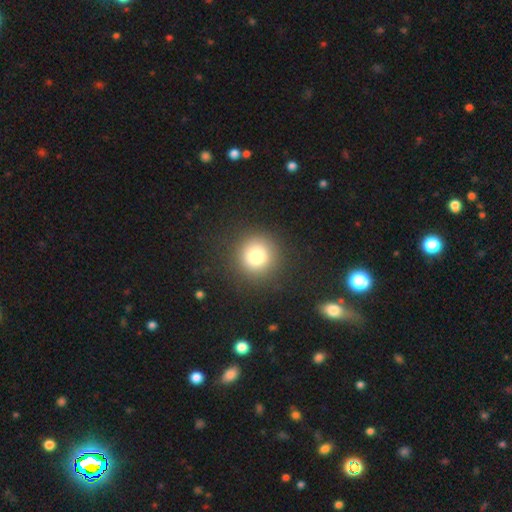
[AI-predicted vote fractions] Smooth or featured? Predicted: smooth (p=0.78). How rounded? Predicted: round (p=0.95). Merging? Predicted: none (p=0.89).